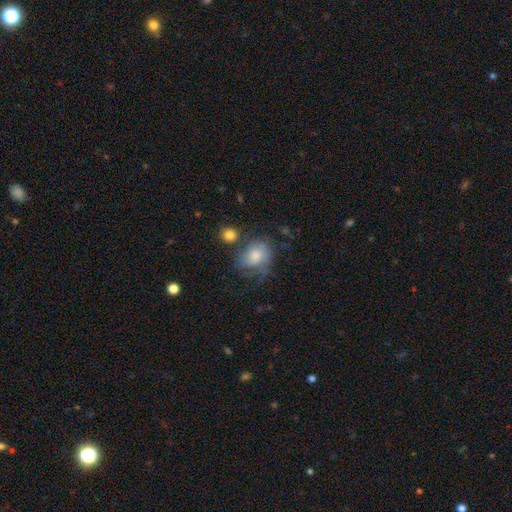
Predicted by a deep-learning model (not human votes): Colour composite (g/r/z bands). It shows a smooth galaxy with no disk features (59%) that is in between round and cigar-shaped (62%). Merging: none (40%).